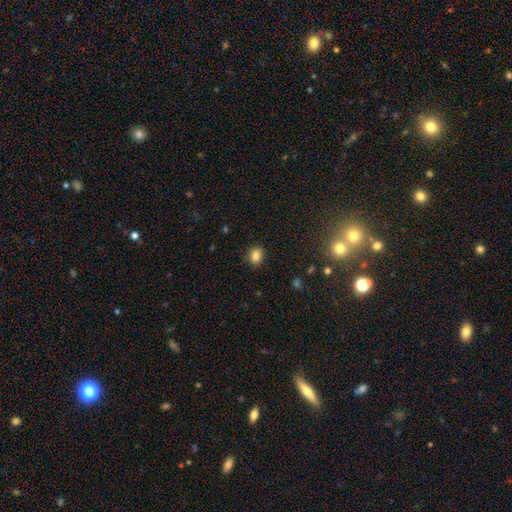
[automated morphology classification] A smooth galaxy with no disk features (84%) that is in between round and cigar-shaped (52%). Merging: none (87%).